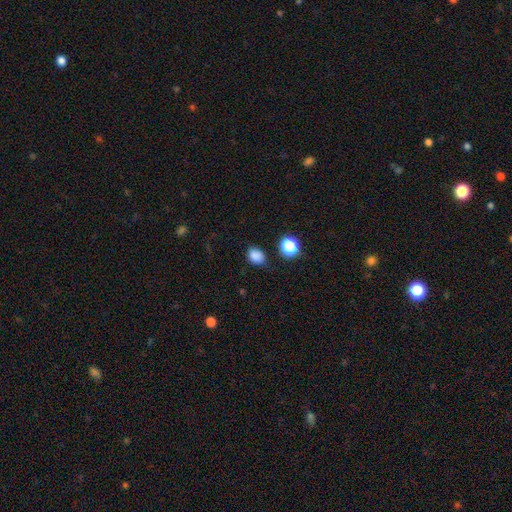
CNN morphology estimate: This is clearly a smooth galaxy (84%). How rounded: possibly in between (56%). Merging: likely none (77%).